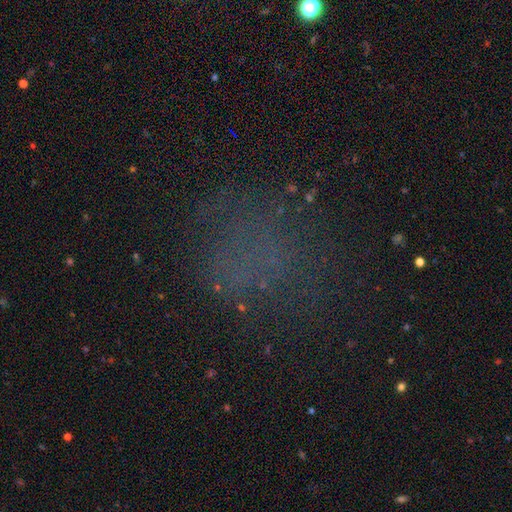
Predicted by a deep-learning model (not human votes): smooth-or-featured: smooth: 46% | star or artifact: 40% | featured or disk: 15%
  merging: none: 71% | minor disturbance: 14% | major disturbance: 13% | merger: 2%